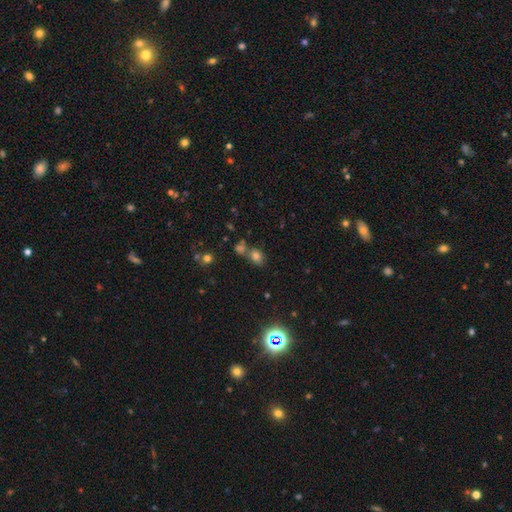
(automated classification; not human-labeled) This appears to be a smooth galaxy with no disk features (73%) that is in between round and cigar-shaped (61%). Merging: none (53%).